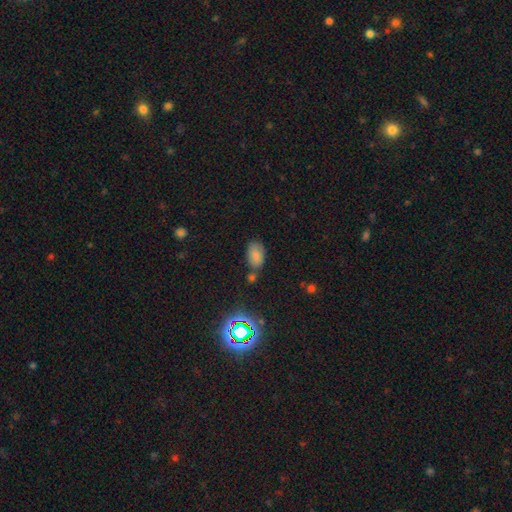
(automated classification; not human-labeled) Morphology: type=smooth (76%); roundness=in between (92%); merging=none (63%).